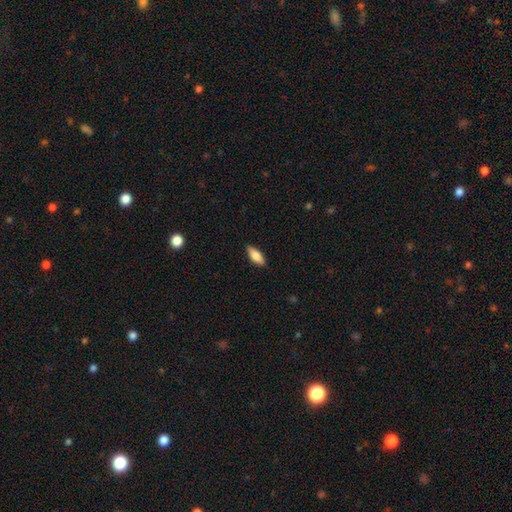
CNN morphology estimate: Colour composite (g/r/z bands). It shows a smooth galaxy with no disk features (78%) that is in between round and cigar-shaped (75%). Merging: none (87%).